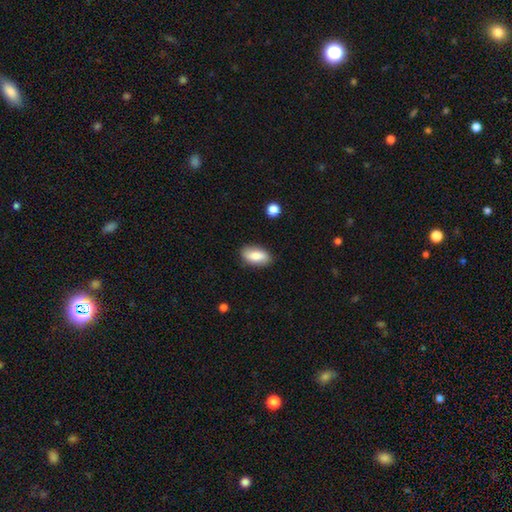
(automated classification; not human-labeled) This is clearly a smooth galaxy (82%). How rounded: clearly in between (92%). Merging: clearly none (84%).